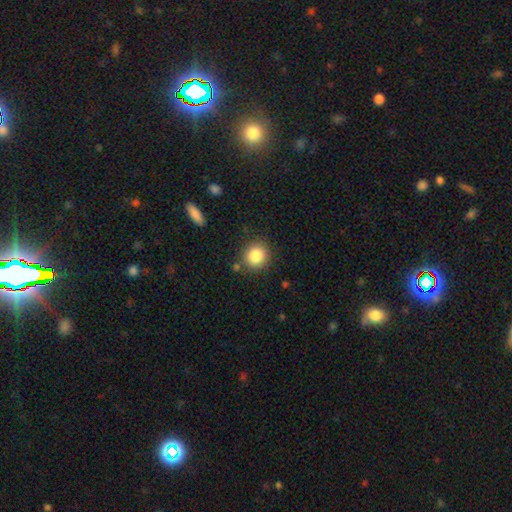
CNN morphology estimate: Smooth or featured: smooth — 85% (star or artifact — 9%)
How rounded: round — 85% (in between — 14%)
Merging: none — 84% (minor disturbance — 9%)